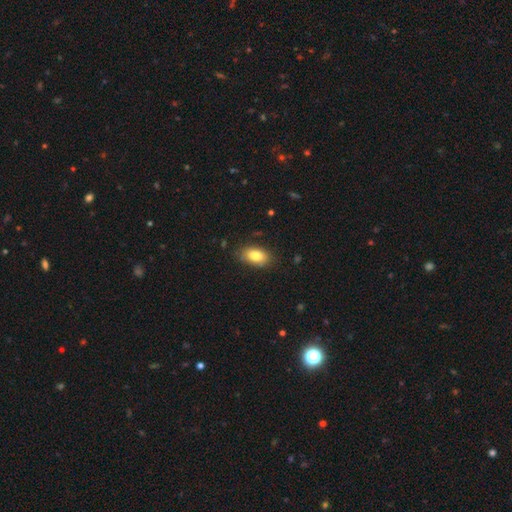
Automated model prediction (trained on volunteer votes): A smooth galaxy with no disk features (82%) that is in between round and cigar-shaped (91%). Merging: none (82%).